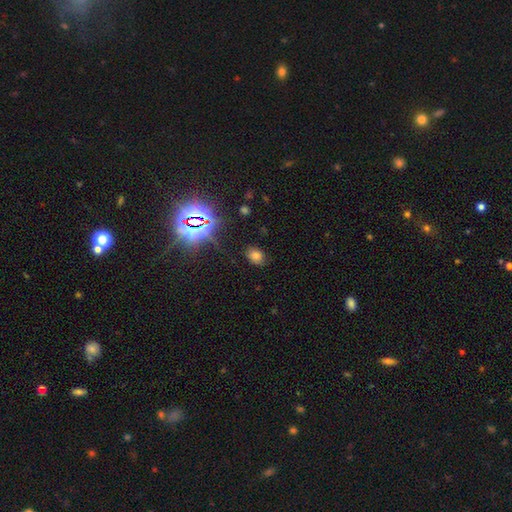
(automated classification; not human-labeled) Morphology: type=smooth (68%); roundness=in between (62%); merging=none (84%).